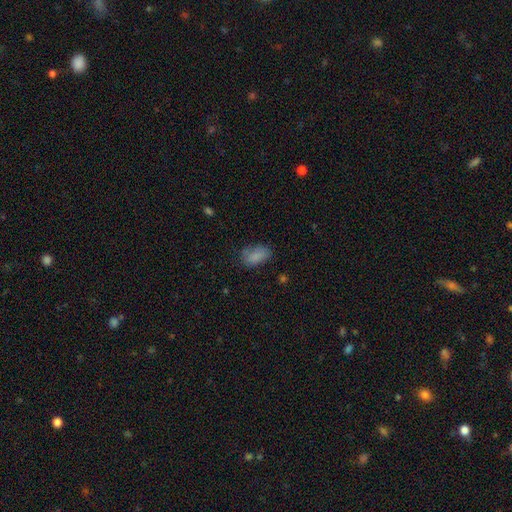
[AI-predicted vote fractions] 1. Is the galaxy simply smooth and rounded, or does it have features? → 82% smooth, 10% star or artifact, 8% featured or disk.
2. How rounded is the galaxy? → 90% in between, 7% round, 2% cigar-shaped.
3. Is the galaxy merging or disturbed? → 64% none, 24% minor disturbance, 8% major disturbance, 5% merger.